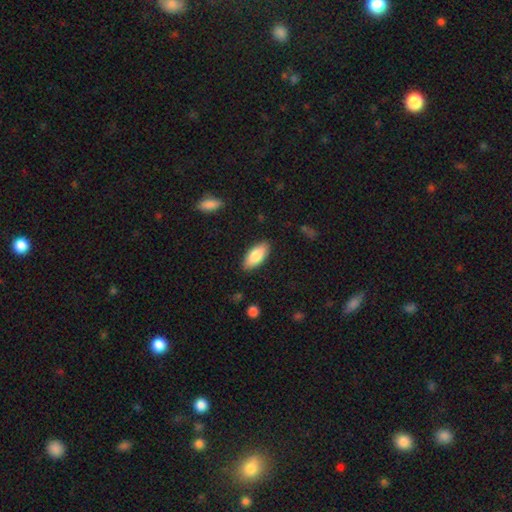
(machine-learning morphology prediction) Smooth or featured: smooth — 82% (featured or disk — 12%)
How rounded: in between — 87% (cigar-shaped — 11%)
Merging: none — 88% (minor disturbance — 9%)